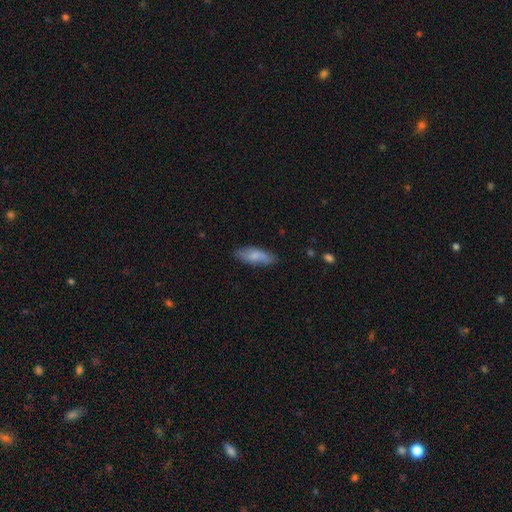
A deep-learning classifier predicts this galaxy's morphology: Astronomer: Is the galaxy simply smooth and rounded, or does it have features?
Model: smooth — 74%.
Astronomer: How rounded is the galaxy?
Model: in between — 64%.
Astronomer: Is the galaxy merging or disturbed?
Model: none — 77%.